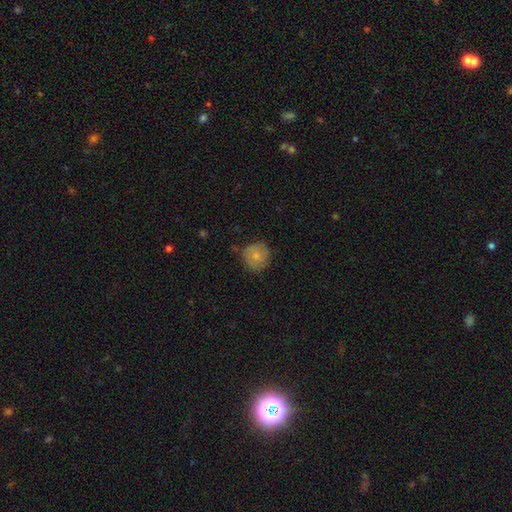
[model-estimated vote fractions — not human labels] This is likely a smooth galaxy (78%). How rounded: clearly round (90%). Merging: likely none (73%).